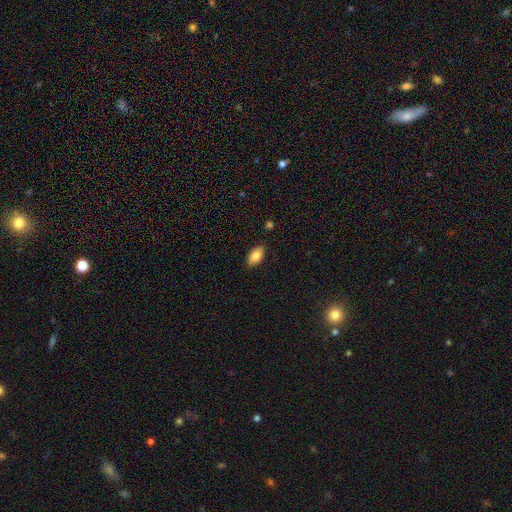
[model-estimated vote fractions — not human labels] This is clearly a smooth galaxy (86%). How rounded: clearly in between (93%). Merging: clearly none (86%).